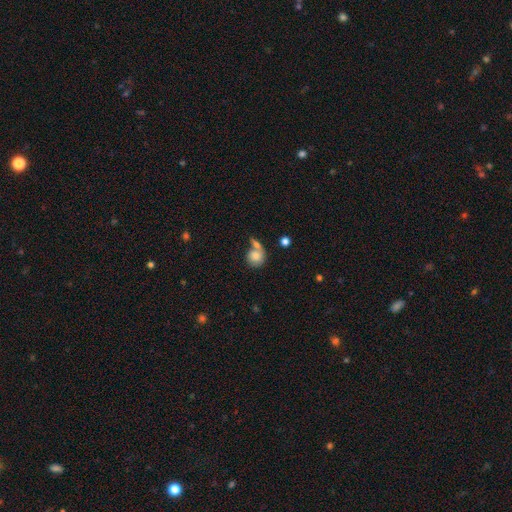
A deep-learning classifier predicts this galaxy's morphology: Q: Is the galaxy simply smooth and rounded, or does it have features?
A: smooth — 79%.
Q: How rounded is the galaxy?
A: round — 76%.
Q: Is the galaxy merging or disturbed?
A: merger — 42%.